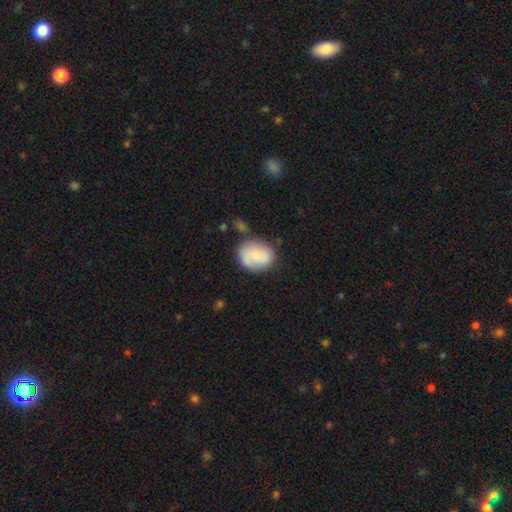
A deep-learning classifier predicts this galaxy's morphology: The model was most divided on "how rounded": round: 52%, in between: 47%, cigar-shaped: 1%. More confident: smooth or featured — smooth (70%); merging — none (61%).